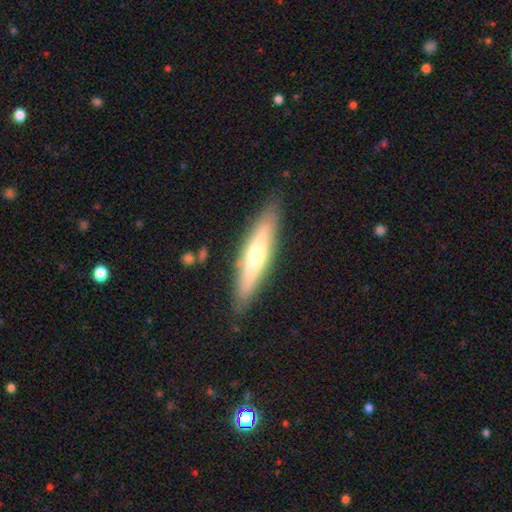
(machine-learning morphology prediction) Smooth or featured?
  - featured or disk: 50% *
  - smooth: 44%
  - star or artifact: 6%
Merging?
  - none: 86% *
  - minor disturbance: 10%
  - major disturbance: 2%
  - merger: 2%